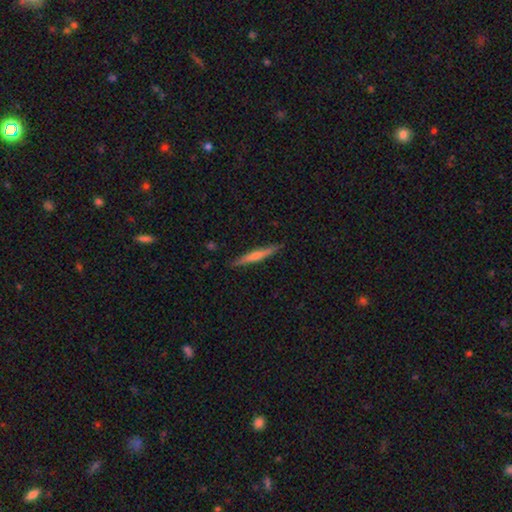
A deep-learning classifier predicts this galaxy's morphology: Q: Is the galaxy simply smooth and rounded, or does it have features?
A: featured or disk — 48%.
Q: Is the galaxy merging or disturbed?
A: none — 89%.